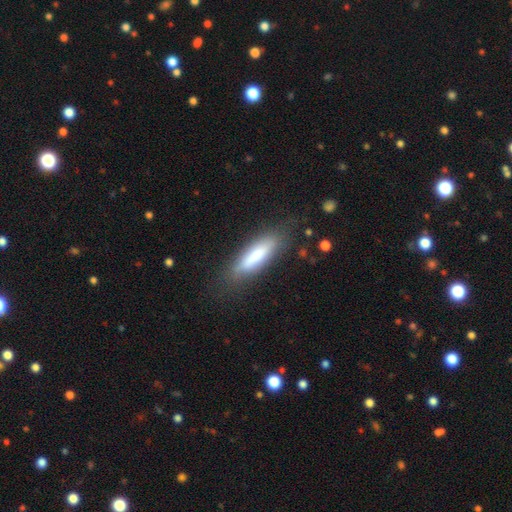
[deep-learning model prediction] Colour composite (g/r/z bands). It shows a smooth galaxy with no disk features (70%) that is cigar-shaped (55%). Merging: none (75%).